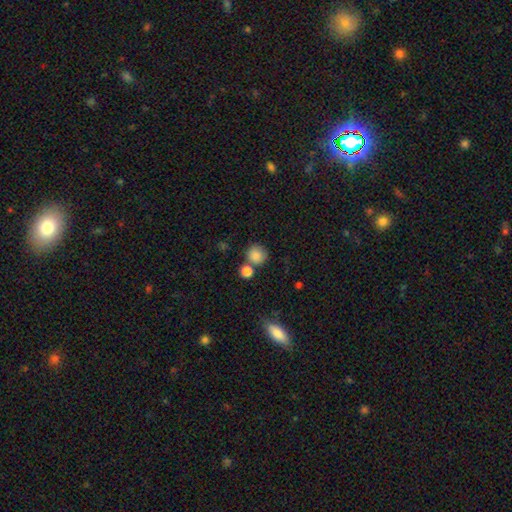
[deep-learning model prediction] Smooth or featured? Predicted: smooth (p=0.85). How rounded? Predicted: round (p=0.89). Merging? Predicted: none (p=0.67).